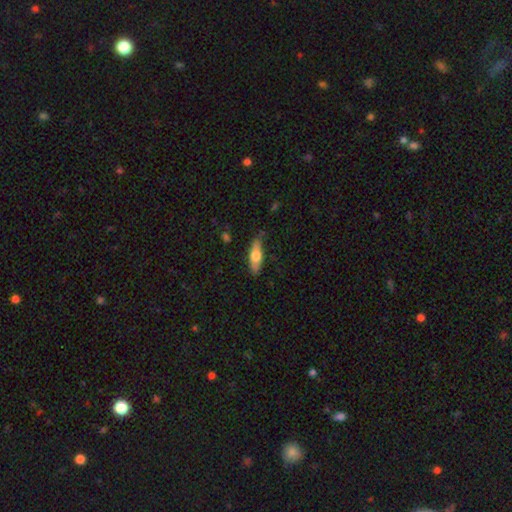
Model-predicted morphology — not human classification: The model was most divided on "how rounded": in between: 50%, cigar-shaped: 47%, round: 3%. More confident: merging — none (74%); smooth or featured — smooth (61%).